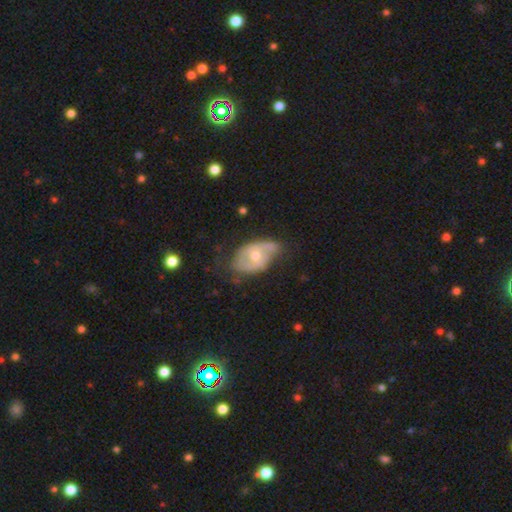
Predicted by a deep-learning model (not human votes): Smooth or featured: featured or disk — 66% (smooth — 28%)
Edge-on disk: no — 94% (yes — 6%)
Bar: no — 69% (weak — 25%)
Spiral arms: yes — 69% (no — 31%)
Bulge size: moderate — 57% (small — 39%)
Merging: none — 50% (minor disturbance — 34%)